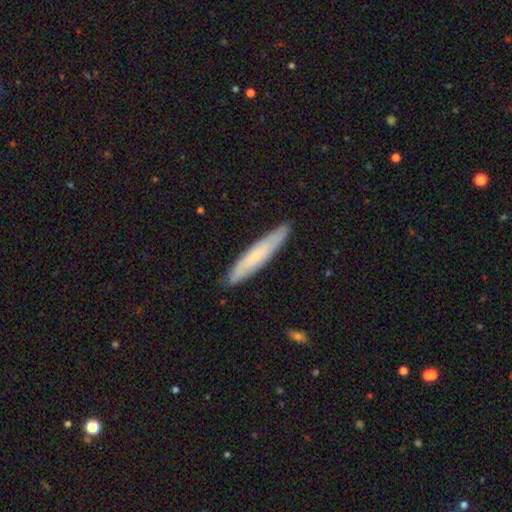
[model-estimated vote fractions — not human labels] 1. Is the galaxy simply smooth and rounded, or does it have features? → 61% smooth, 33% featured or disk, 6% star or artifact.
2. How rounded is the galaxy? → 91% cigar-shaped, 8% in between, 1% round.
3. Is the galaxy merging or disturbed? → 88% none, 9% minor disturbance, 2% major disturbance, 1% merger.